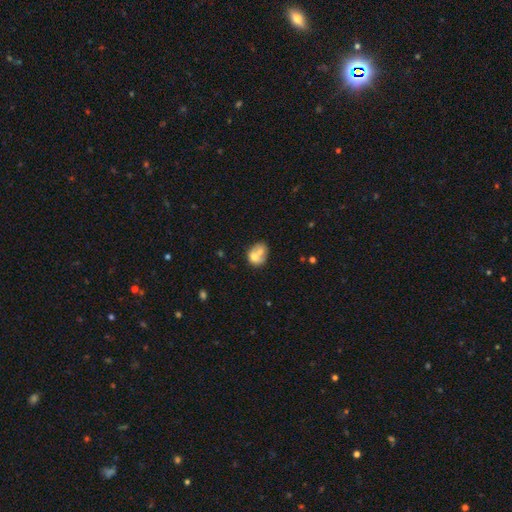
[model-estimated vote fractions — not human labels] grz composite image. It shows a smooth galaxy with no disk features (59%) that is in between round and cigar-shaped (52%). Merging: merger (62%).